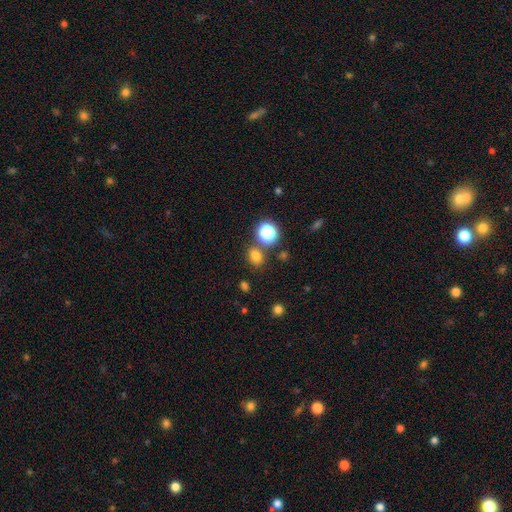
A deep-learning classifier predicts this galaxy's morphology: Q: Smooth or featured?
A: smooth (74%); runner-up: star or artifact (20%)
Q: How rounded?
A: round (50%); runner-up: in between (49%)
Q: Merging?
A: none (74%); runner-up: merger (12%)